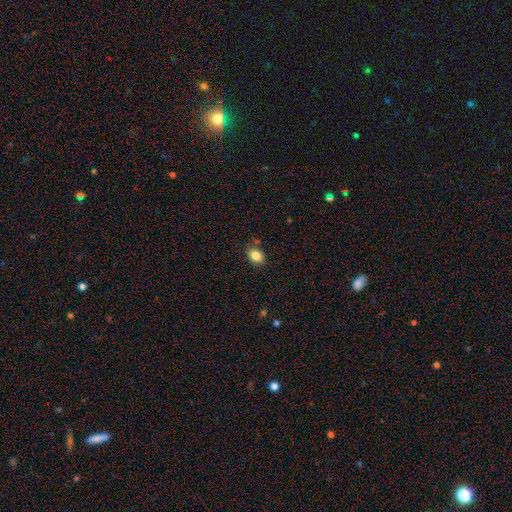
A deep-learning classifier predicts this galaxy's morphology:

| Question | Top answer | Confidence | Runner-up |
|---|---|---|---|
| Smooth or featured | smooth | 85% | star or artifact (9%) |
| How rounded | in between | 68% | round (31%) |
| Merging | none | 82% | minor disturbance (11%) |